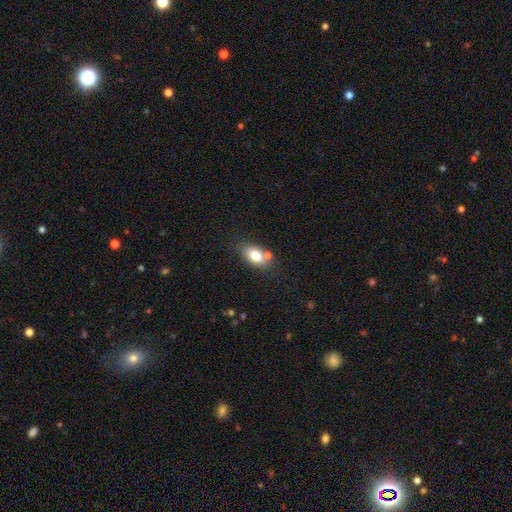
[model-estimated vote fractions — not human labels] smooth 77%, featured or disk 14%, star or artifact 9%. Down the decision tree: how rounded — in between (83%); merging — none (66%).